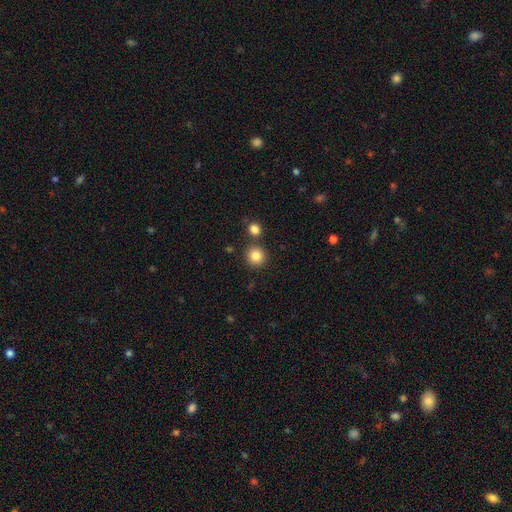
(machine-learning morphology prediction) Smooth or featured? smooth (85%)
How rounded? round (92%)
Merging? none (83%)